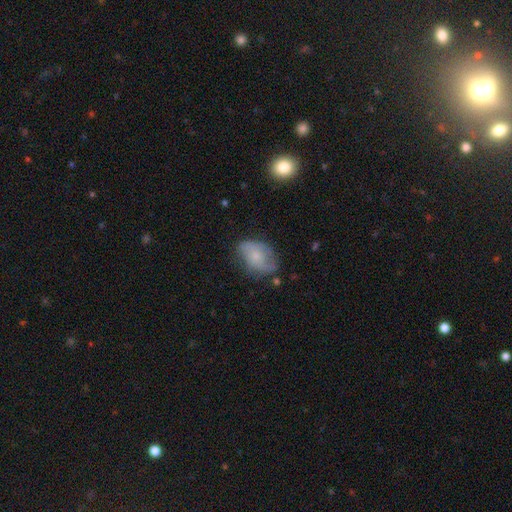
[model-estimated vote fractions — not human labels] smooth-or-featured: smooth: 48% | featured or disk: 44% | star or artifact: 8%
  merging: none: 56% | minor disturbance: 30% | major disturbance: 12% | merger: 2%